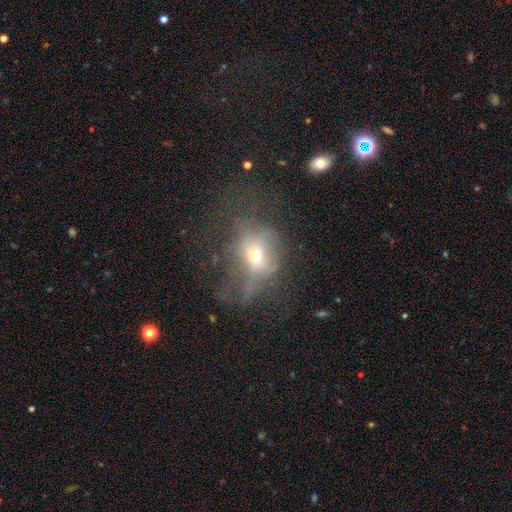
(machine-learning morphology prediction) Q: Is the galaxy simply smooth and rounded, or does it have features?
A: smooth — 43%.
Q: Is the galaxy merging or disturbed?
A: major disturbance — 52%.